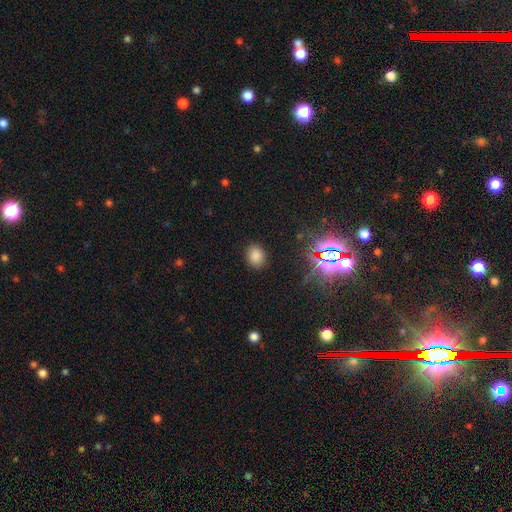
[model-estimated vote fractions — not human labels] Morphology: type=smooth (78%); roundness=in between (55%); merging=none (87%).